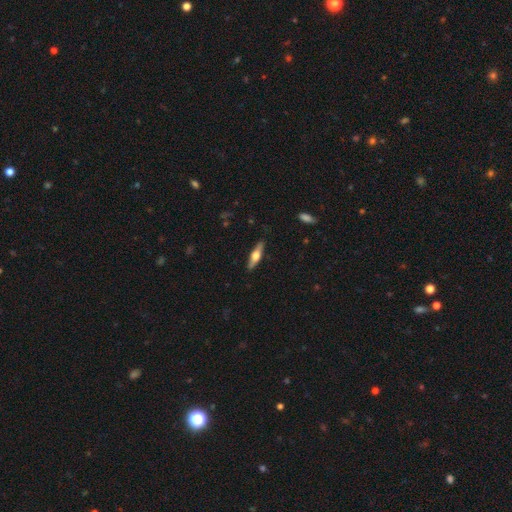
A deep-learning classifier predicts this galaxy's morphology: The model was most divided on "smooth or featured": featured or disk: 56%, smooth: 39%, star or artifact: 6%. More confident: edge-on disk — yes (93%); edge-on bulge — rounded (92%); merging — none (88%).